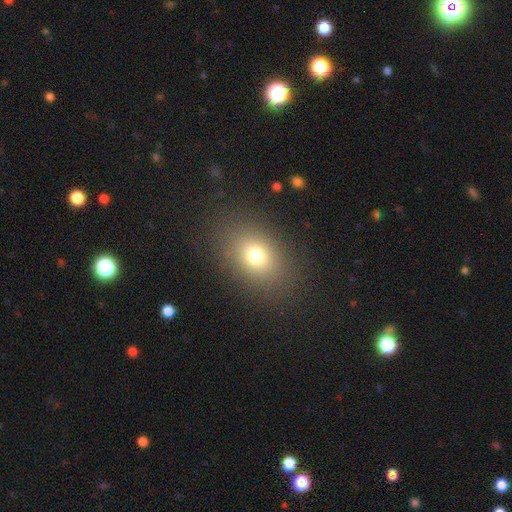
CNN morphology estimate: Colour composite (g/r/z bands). It shows a smooth galaxy with no disk features (73%) that is in between round and cigar-shaped (60%). Merging: none (85%).